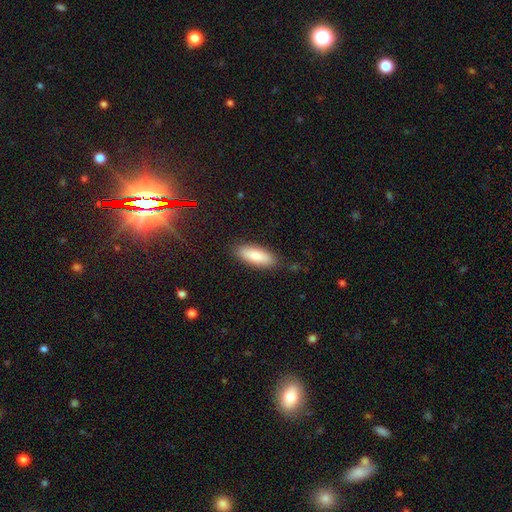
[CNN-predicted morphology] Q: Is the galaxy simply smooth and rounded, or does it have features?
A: smooth — 84%.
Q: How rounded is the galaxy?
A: in between — 67%.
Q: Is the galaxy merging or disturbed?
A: none — 86%.